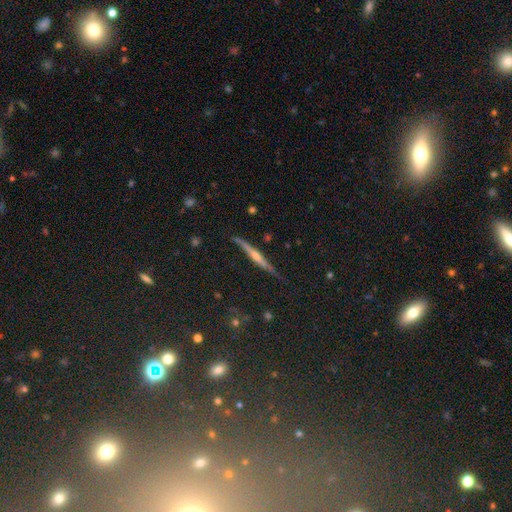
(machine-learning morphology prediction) smooth-or-featured: featured or disk: 71% | smooth: 17% | star or artifact: 12%
  disk-edge-on: yes: 97% | no: 3%
    edge-on-bulge: rounded: 72% | none: 18% | boxy: 9%
  merging: none: 85% | minor disturbance: 11% | major disturbance: 2% | merger: 2%